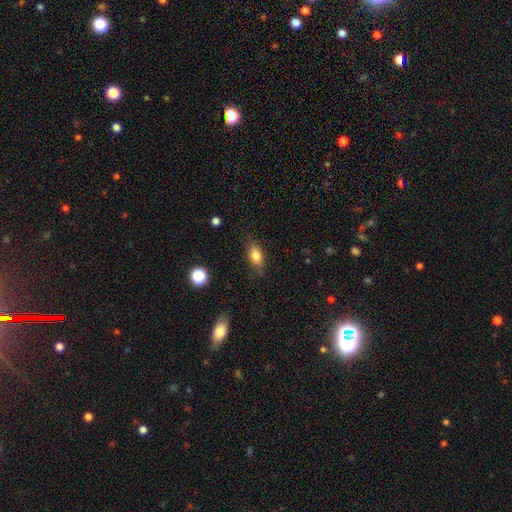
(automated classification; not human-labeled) A smooth galaxy with no disk features (79%) that is in between round and cigar-shaped (80%).

Vote fractions:
- Smooth or featured? smooth: 79% / featured or disk: 12% / star or artifact: 9%
- How rounded? in between: 80% / round: 13% / cigar-shaped: 8%
- Merging? none: 80% / minor disturbance: 15% / major disturbance: 4% / merger: 1%